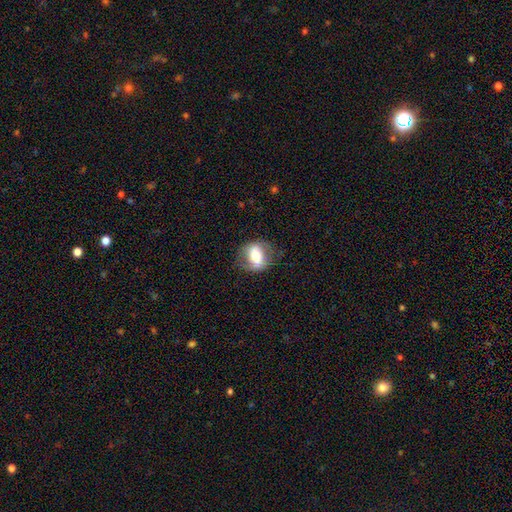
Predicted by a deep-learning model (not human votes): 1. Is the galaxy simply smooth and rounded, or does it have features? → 51% smooth, 41% featured or disk, 8% star or artifact.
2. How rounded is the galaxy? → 60% in between, 36% round, 3% cigar-shaped.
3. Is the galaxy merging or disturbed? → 72% none, 18% minor disturbance, 9% major disturbance, 1% merger.